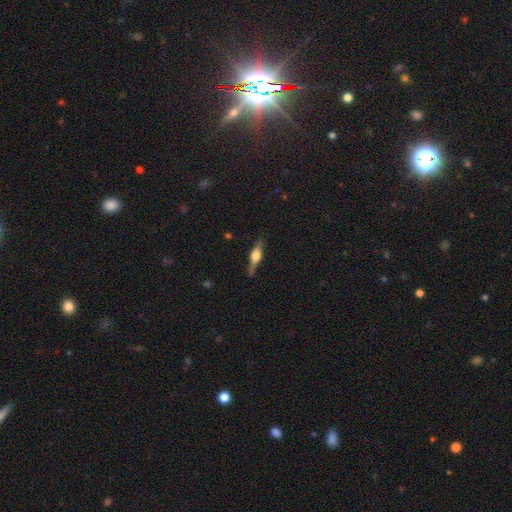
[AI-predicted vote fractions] Smooth or featured? Predicted: featured or disk (p=0.69). Edge-on disk? Predicted: yes (p=0.97). Edge-on bulge? Predicted: rounded (p=0.90). Merging? Predicted: none (p=0.85).